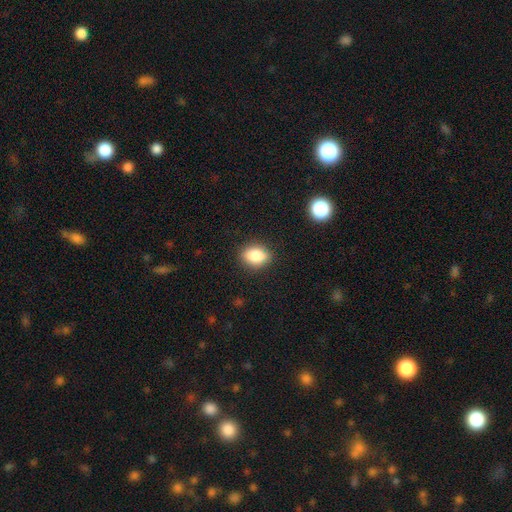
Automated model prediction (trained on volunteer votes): A smooth galaxy with no disk features (84%) that is in between round and cigar-shaped (72%). Merging: none (86%).